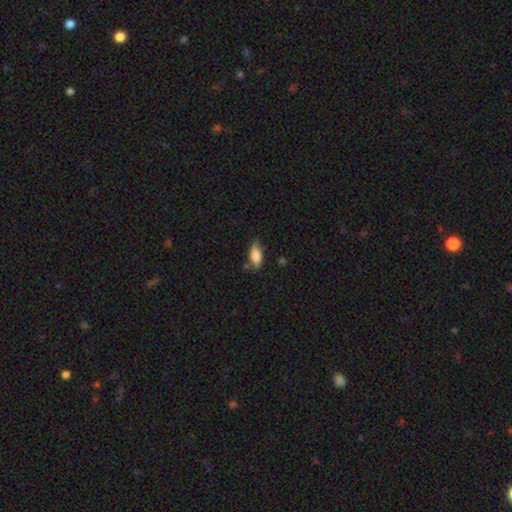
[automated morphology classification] The model was most divided on "merging": none: 61%, minor disturbance: 27%, merger: 6%, major disturbance: 6%. More confident: how rounded — in between (82%); smooth or featured — smooth (82%).